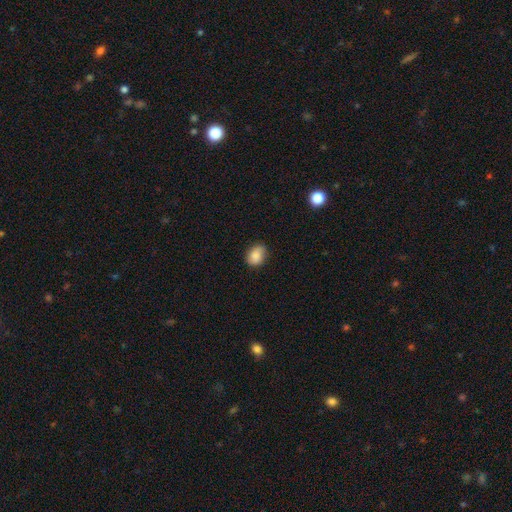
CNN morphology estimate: Smooth or featured?
  - smooth: 85% *
  - star or artifact: 8%
  - featured or disk: 7%
How rounded?
  - in between: 61% *
  - round: 38%
  - cigar-shaped: 1%
Merging?
  - none: 77% *
  - minor disturbance: 19%
  - major disturbance: 3%
  - merger: 1%